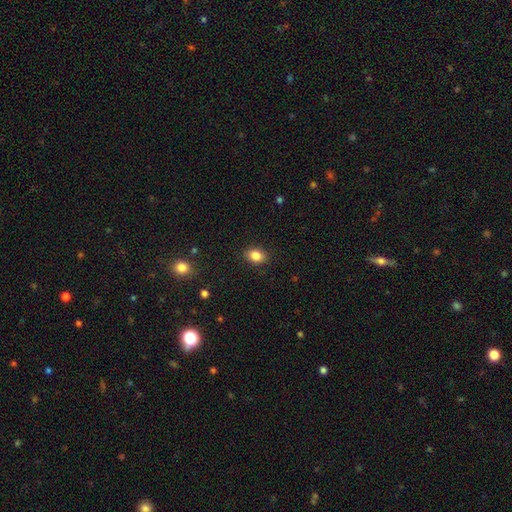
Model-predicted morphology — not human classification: A smooth galaxy with no disk features (85%) that is in between round and cigar-shaped (72%). Merging: none (88%).